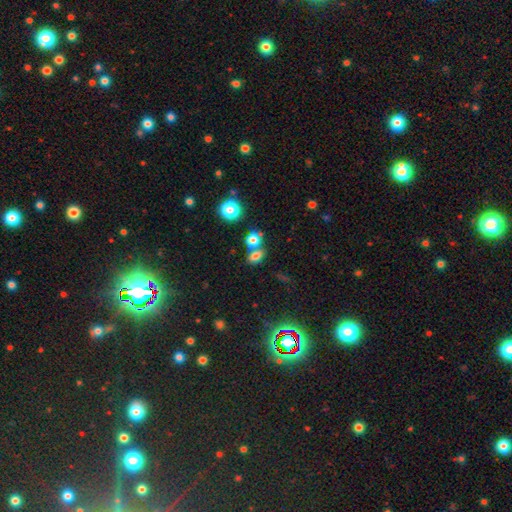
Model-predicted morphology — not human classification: type=smooth (76%); roundness=in between (69%); merging=none (54%).